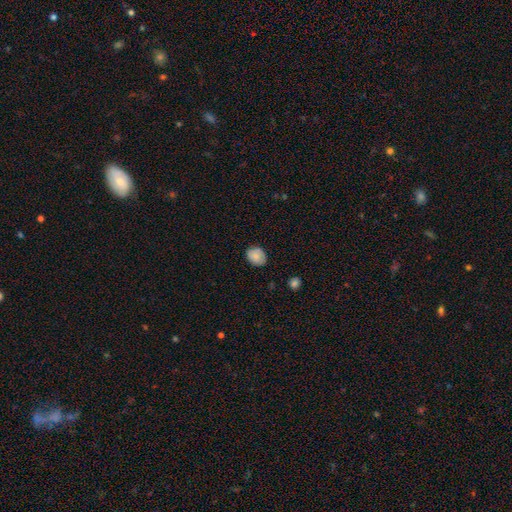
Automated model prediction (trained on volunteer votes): A smooth galaxy with no disk features (80%) that is in between round and cigar-shaped (51%). Merging: none (76%).